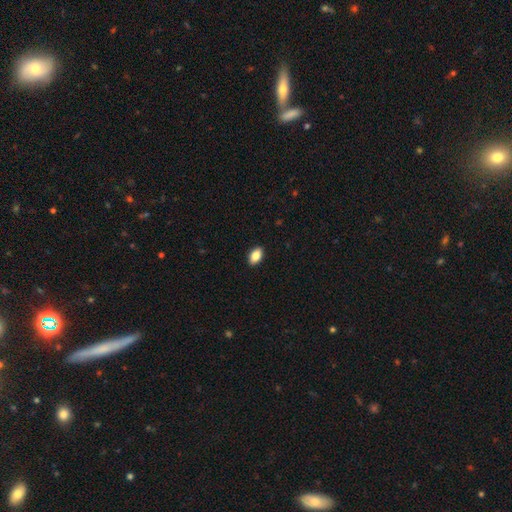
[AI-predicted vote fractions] smooth-or-featured: smooth: 86% | star or artifact: 7% | featured or disk: 7%
  how-rounded: in between: 91% | round: 7% | cigar-shaped: 2%
  merging: none: 91% | minor disturbance: 7% | major disturbance: 2% | merger: 1%